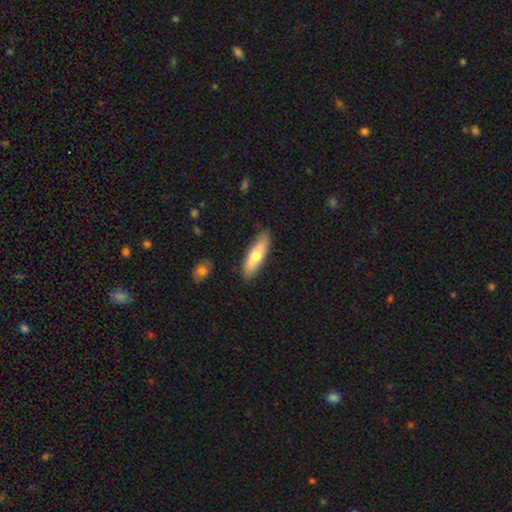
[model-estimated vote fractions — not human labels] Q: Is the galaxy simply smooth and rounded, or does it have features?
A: smooth — 68%.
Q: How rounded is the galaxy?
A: cigar-shaped — 56%.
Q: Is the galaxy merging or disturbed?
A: none — 85%.